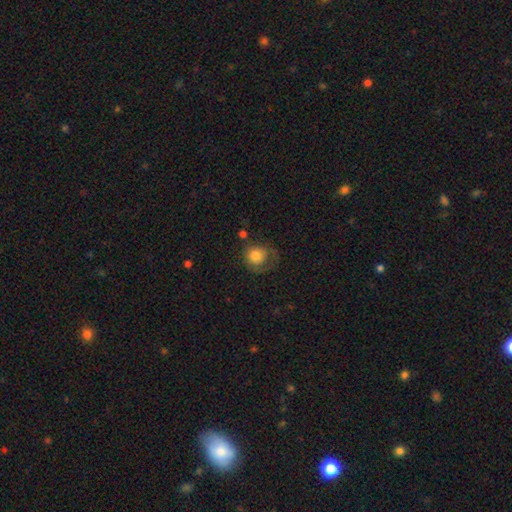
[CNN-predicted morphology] Smooth or featured? smooth (74%)
How rounded? round (81%)
Merging? none (43%)